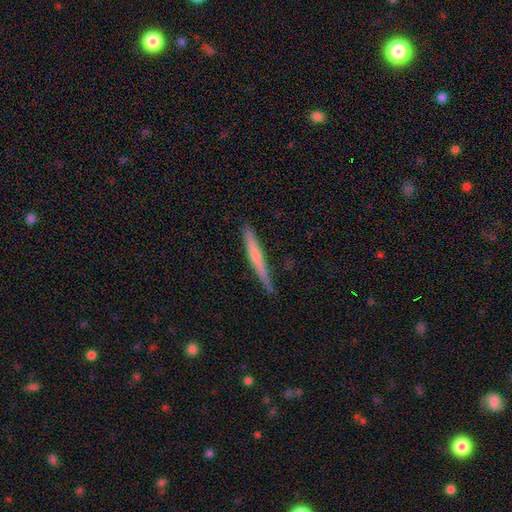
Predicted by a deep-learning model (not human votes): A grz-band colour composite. It shows a smooth galaxy with no disk features (52%) that is cigar-shaped (96%). Merging: none (80%).